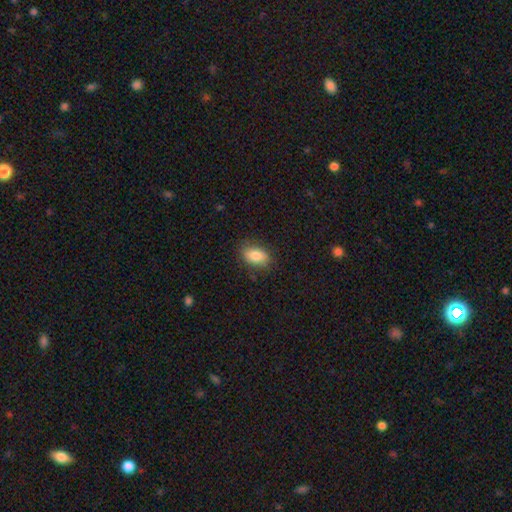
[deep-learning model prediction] A smooth galaxy with no disk features (82%) that is in between round and cigar-shaped (87%). Merging: none (82%).